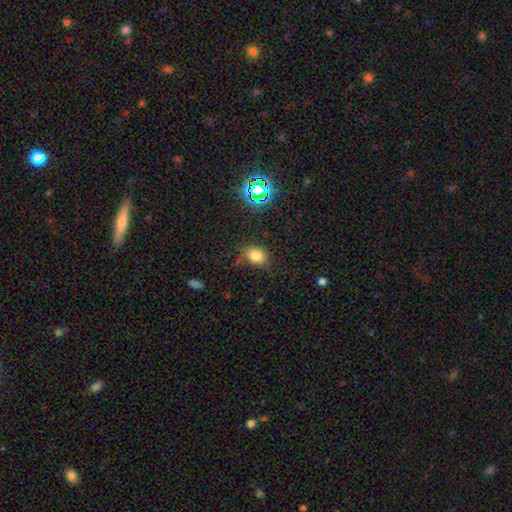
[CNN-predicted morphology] The model was most divided on "how rounded": in between: 67%, round: 32%, cigar-shaped: 1%. More confident: smooth or featured — smooth (77%); merging — none (73%).